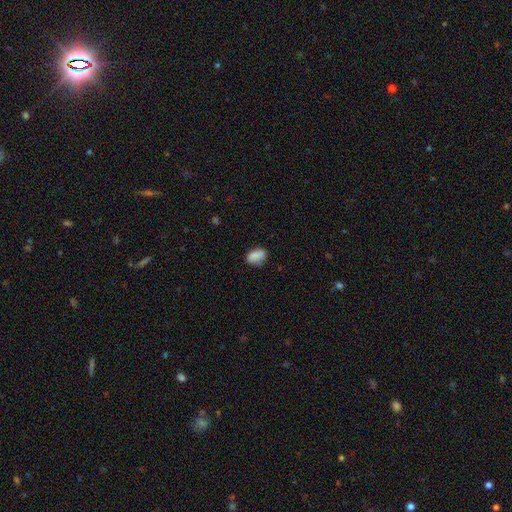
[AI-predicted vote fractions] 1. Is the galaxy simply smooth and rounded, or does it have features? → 84% smooth, 8% star or artifact, 8% featured or disk.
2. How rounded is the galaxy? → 86% in between, 12% round, 2% cigar-shaped.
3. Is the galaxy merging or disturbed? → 65% none, 25% minor disturbance, 6% major disturbance, 4% merger.